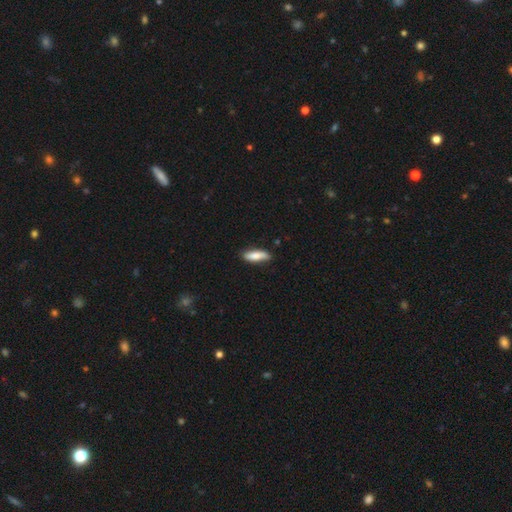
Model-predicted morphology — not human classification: smooth 78%, featured or disk 16%, star or artifact 6%. Down the decision tree: how rounded — in between (50%); merging — none (79%).